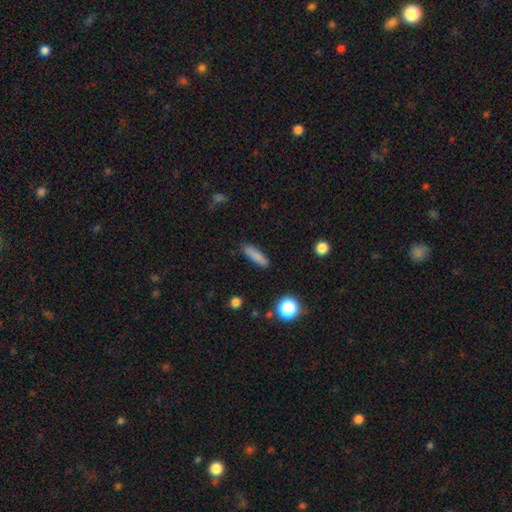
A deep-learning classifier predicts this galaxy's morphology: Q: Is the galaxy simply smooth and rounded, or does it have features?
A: smooth — 84%.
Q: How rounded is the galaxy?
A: cigar-shaped — 73%.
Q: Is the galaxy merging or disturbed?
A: none — 87%.